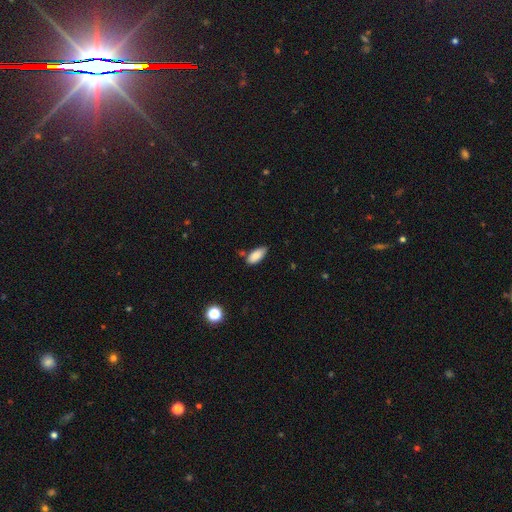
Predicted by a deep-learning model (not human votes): Smooth or featured? Predicted: smooth (p=0.86). How rounded? Predicted: in between (p=0.88). Merging? Predicted: none (p=0.70).